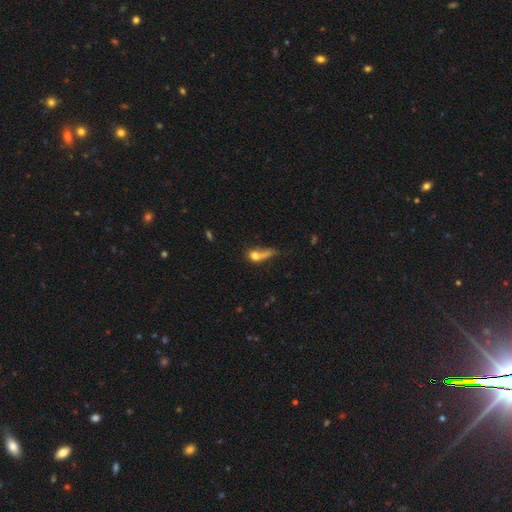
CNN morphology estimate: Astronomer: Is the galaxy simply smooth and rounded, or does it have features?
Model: smooth — 66%.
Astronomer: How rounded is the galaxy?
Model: in between — 46% (runner-up: round, 37%).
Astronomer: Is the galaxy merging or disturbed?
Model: major disturbance — 37% (runner-up: none, 25%).